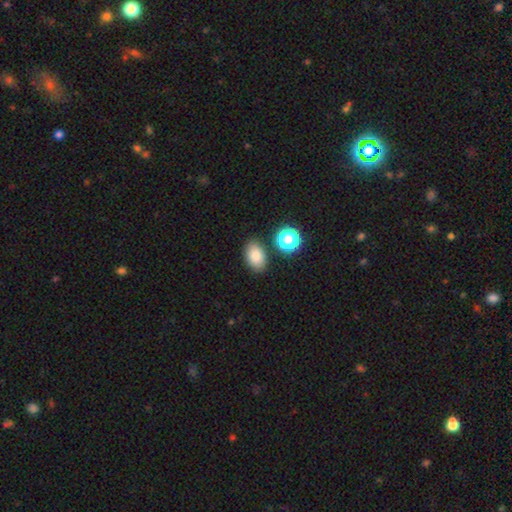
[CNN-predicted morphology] The model was most divided on "how rounded": in between: 85%, round: 13%, cigar-shaped: 1%. More confident: smooth or featured — smooth (83%); merging — none (82%).